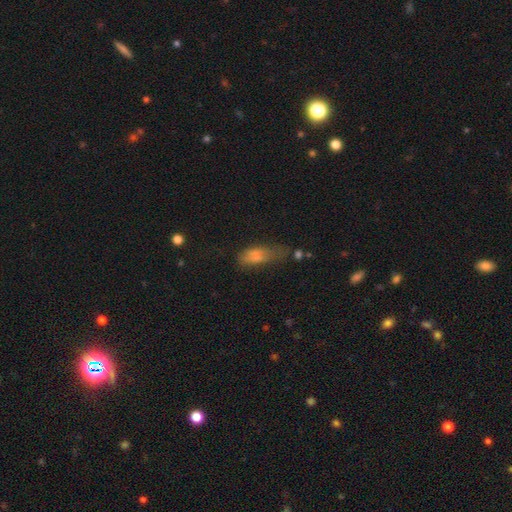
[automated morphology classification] Overall: smooth (72%). How rounded: in between (67%; cigar-shaped 29%). Merging: major disturbance (33%; minor disturbance 32%).